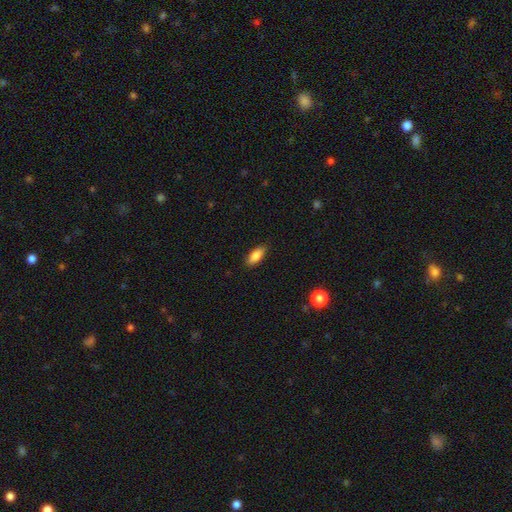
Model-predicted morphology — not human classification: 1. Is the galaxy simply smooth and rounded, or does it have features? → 86% smooth, 7% star or artifact, 7% featured or disk.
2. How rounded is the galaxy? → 82% in between, 16% cigar-shaped, 3% round.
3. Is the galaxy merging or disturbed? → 86% none, 11% minor disturbance, 2% major disturbance, 1% merger.